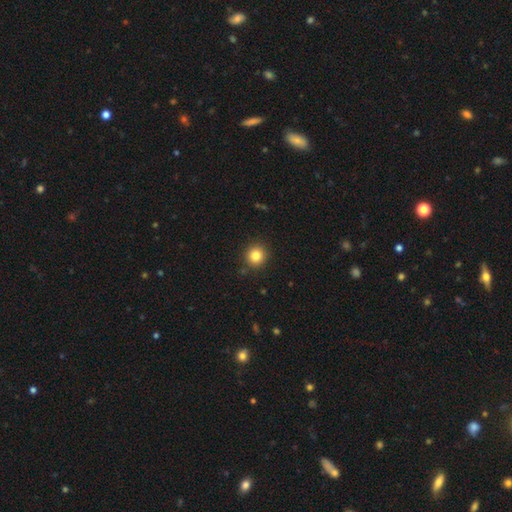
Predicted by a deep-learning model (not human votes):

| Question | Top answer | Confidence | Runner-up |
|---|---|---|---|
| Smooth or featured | smooth | 83% | star or artifact (11%) |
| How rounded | round | 92% | in between (7%) |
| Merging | none | 90% | minor disturbance (7%) |